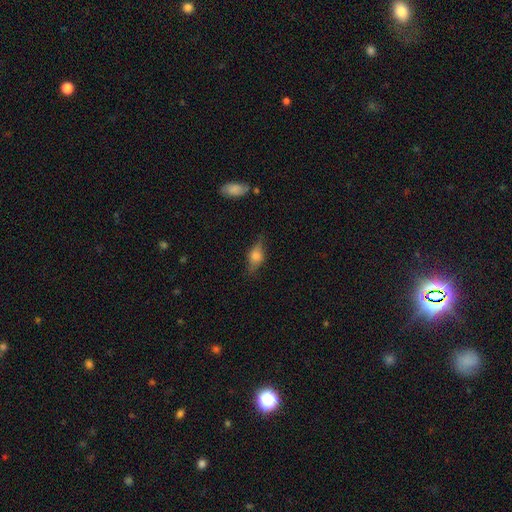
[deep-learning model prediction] A smooth galaxy with no disk features (49%). Merging: none (75%).